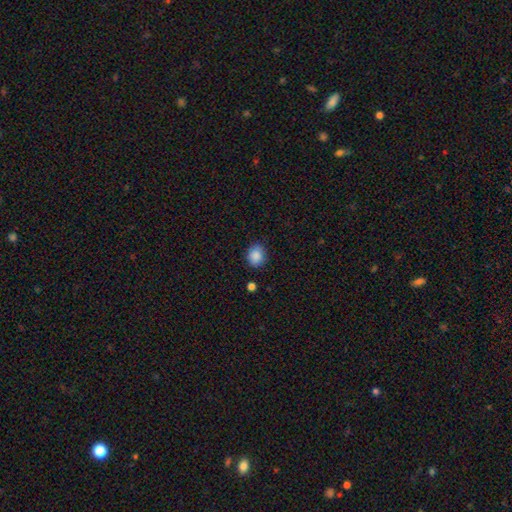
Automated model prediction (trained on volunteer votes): This appears to be a smooth galaxy with no disk features (87%) that is round (53%). Merging: none (82%).